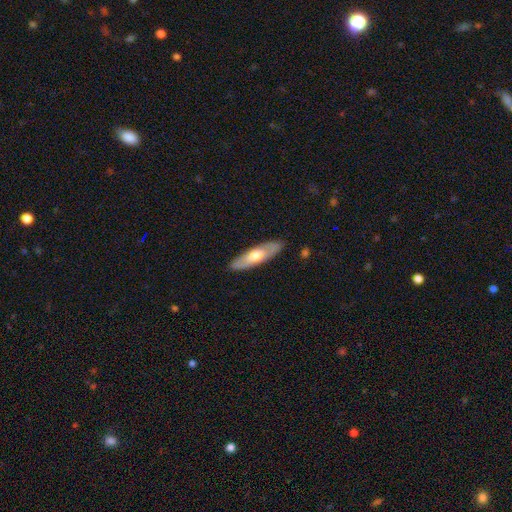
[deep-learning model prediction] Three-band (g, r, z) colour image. It shows a smooth galaxy with no disk features (48%). Merging: none (87%).